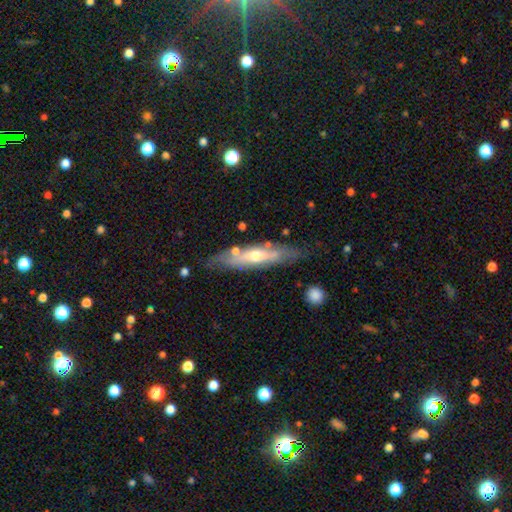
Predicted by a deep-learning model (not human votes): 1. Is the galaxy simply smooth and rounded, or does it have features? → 63% featured or disk, 32% smooth, 5% star or artifact.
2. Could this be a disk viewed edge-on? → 63% yes, 37% no.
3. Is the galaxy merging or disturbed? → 74% none, 17% minor disturbance, 5% merger, 4% major disturbance.